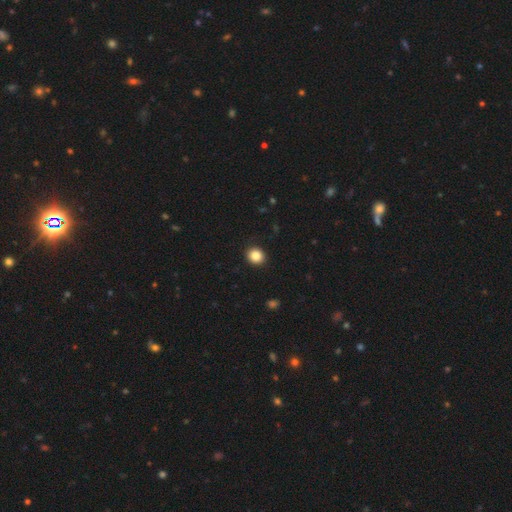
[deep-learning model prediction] smooth-or-featured: smooth: 85% | star or artifact: 10% | featured or disk: 5%
  how-rounded: round: 83% | in between: 16% | cigar-shaped: 1%
  merging: none: 92% | minor disturbance: 6% | major disturbance: 2% | merger: 1%